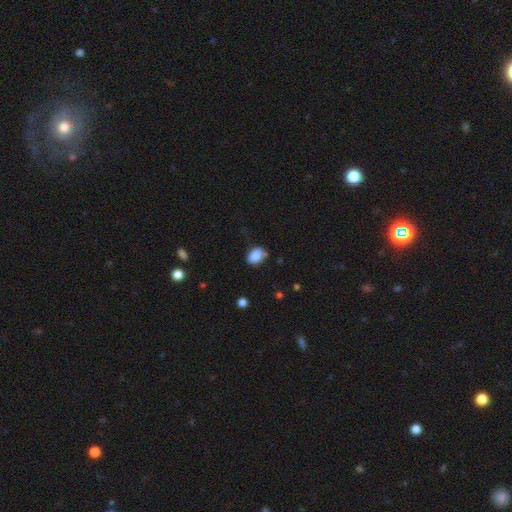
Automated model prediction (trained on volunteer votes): Q: Smooth or featured?
A: smooth (85%); runner-up: star or artifact (9%)
Q: How rounded?
A: in between (72%); runner-up: round (27%)
Q: Merging?
A: none (63%); runner-up: minor disturbance (25%)